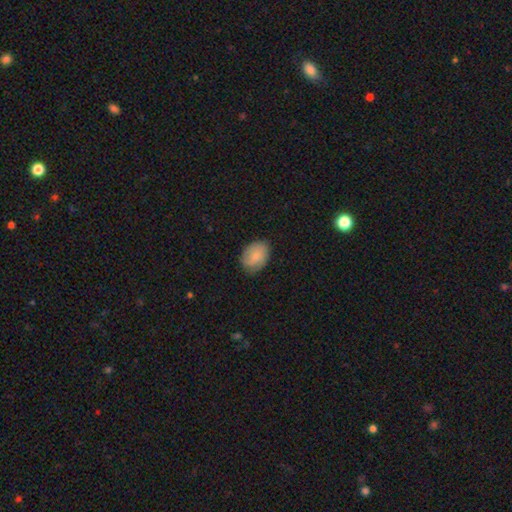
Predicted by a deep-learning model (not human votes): Smooth or featured: smooth — 80% (featured or disk — 14%)
How rounded: in between — 71% (round — 28%)
Merging: none — 78% (minor disturbance — 17%)